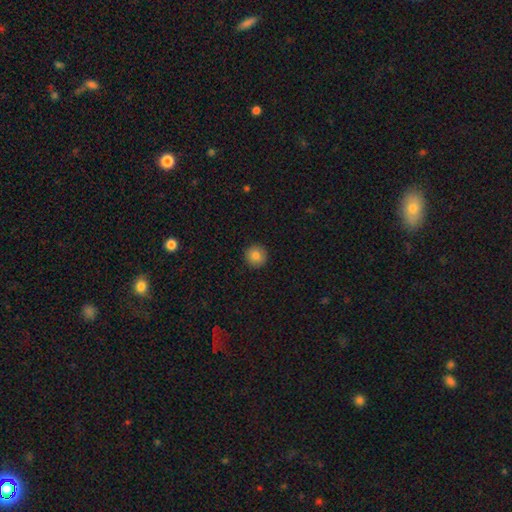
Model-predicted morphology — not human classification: A smooth galaxy with no disk features (84%) that is round (96%).

Vote fractions:
- Smooth or featured? smooth: 84% / star or artifact: 9% / featured or disk: 7%
- How rounded? round: 96% / in between: 3% / cigar-shaped: 1%
- Merging? none: 93% / minor disturbance: 5% / major disturbance: 2% / merger: 1%